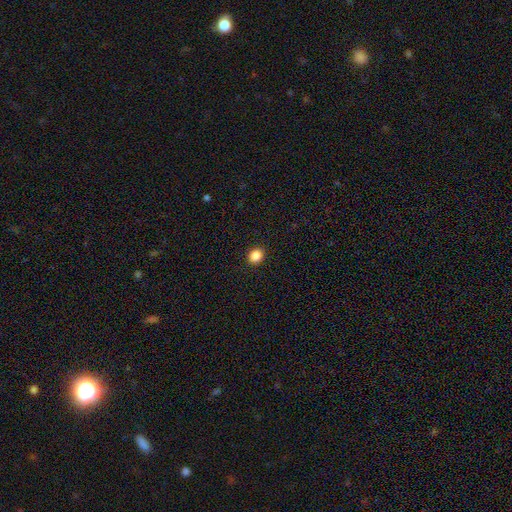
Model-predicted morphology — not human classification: Smooth or featured? smooth (86%)
How rounded? round (66%)
Merging? none (92%)